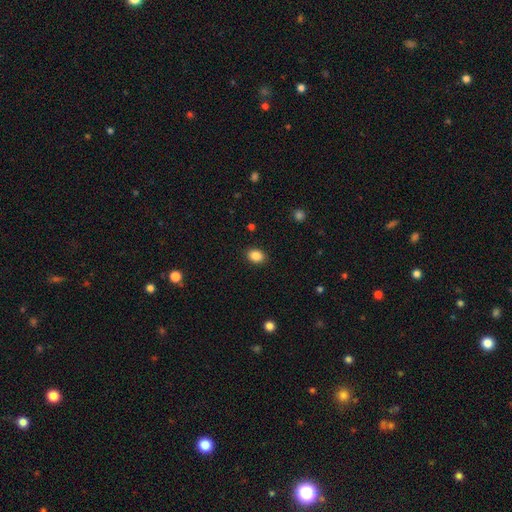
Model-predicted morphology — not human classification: smooth-or-featured: smooth: 87% | star or artifact: 9% | featured or disk: 4%
  how-rounded: in between: 63% | round: 36% | cigar-shaped: 1%
  merging: none: 89% | minor disturbance: 8% | major disturbance: 2% | merger: 1%